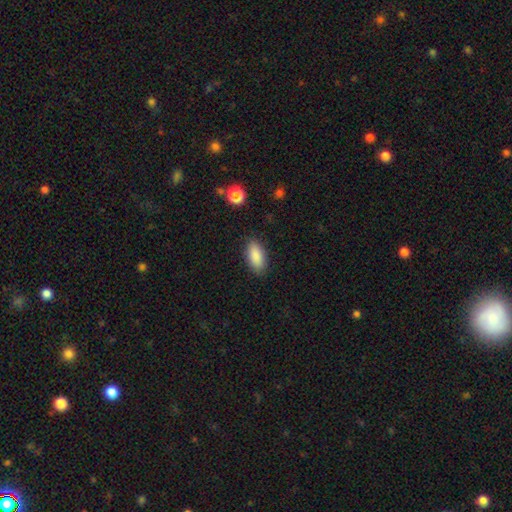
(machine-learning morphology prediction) Smooth or featured?
  - smooth: 88% *
  - star or artifact: 7%
  - featured or disk: 5%
How rounded?
  - in between: 87% *
  - cigar-shaped: 10%
  - round: 2%
Merging?
  - none: 86% *
  - minor disturbance: 10%
  - major disturbance: 3%
  - merger: 1%